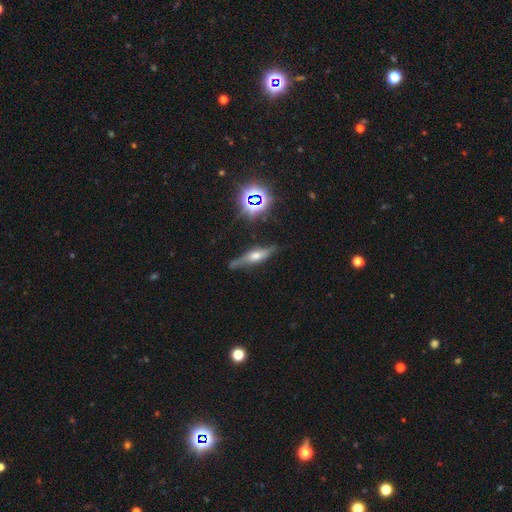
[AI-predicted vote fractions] Overall: featured or disk (58%; smooth 27%). Edge-on disk: yes (89%). Edge-on bulge: rounded (79%). Merging: none (73%).